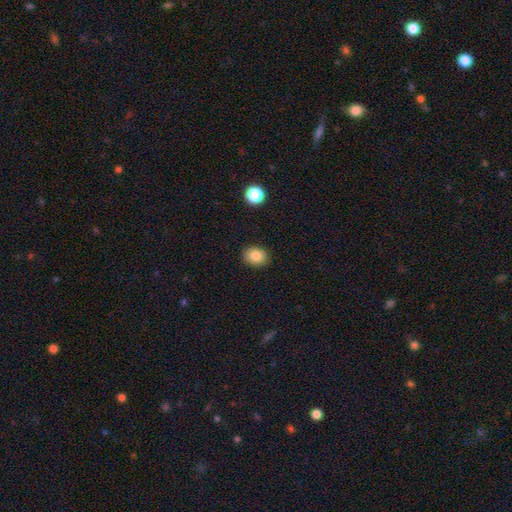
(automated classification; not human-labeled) Smooth or featured? smooth (84%)
How rounded? in between (53%)
Merging? none (89%)